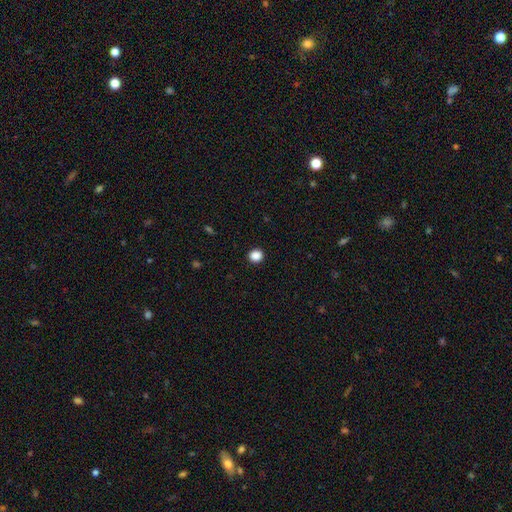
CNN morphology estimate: Smooth or featured? Predicted: smooth (p=0.88). How rounded? Predicted: round (p=0.89). Merging? Predicted: none (p=0.93).